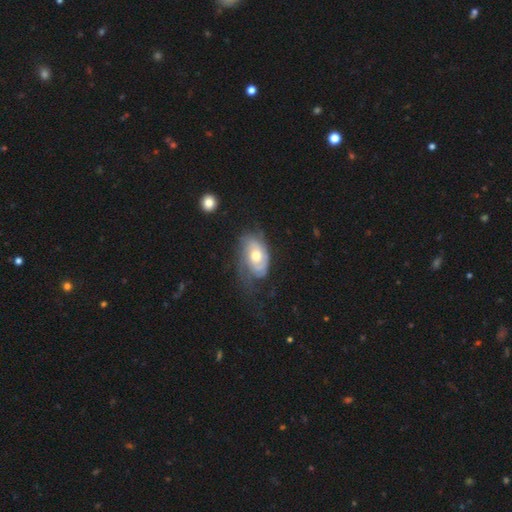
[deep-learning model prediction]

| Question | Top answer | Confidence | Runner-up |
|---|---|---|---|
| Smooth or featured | featured or disk | 67% | smooth (27%) |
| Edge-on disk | no | 94% | yes (6%) |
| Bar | no | 79% | weak (18%) |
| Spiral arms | yes | 83% | no (17%) |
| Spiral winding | tight | 55% | medium (30%) |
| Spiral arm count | can't tell | 38% | 2 (34%) |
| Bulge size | moderate | 72% | small (19%) |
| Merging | none | 51% | minor disturbance (27%) |